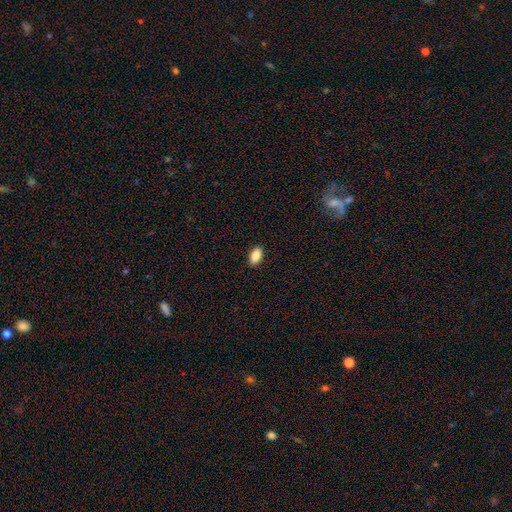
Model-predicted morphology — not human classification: A smooth galaxy with no disk features (89%) that is in between round and cigar-shaped (92%).

Vote fractions:
- Smooth or featured? smooth: 89% / star or artifact: 7% / featured or disk: 4%
- How rounded? in between: 92% / round: 5% / cigar-shaped: 3%
- Merging? none: 89% / minor disturbance: 8% / major disturbance: 2% / merger: 1%